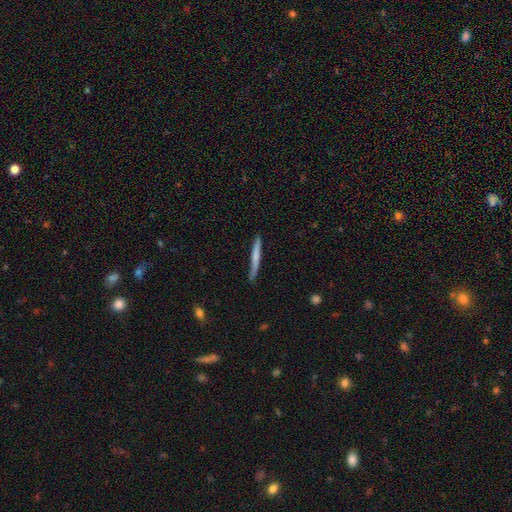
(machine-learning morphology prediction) Smooth or featured? Predicted: smooth (p=0.56). How rounded? Predicted: cigar-shaped (p=0.96). Merging? Predicted: none (p=0.80).